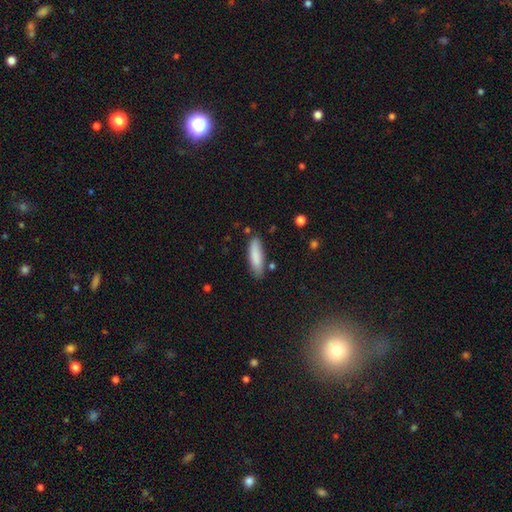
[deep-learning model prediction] smooth 85%, featured or disk 9%, star or artifact 6%. Down the decision tree: how rounded — cigar-shaped (56%); merging — none (79%).